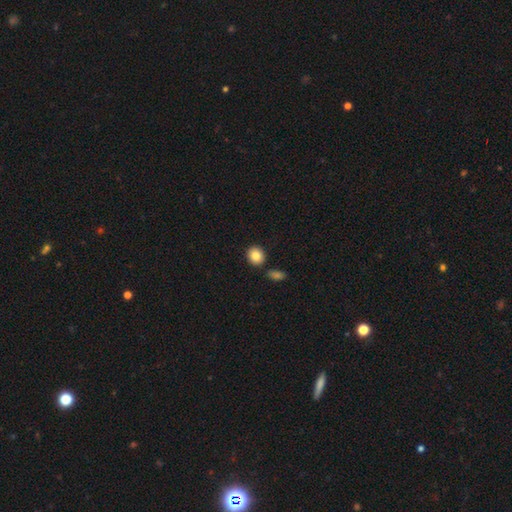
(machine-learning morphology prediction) Smooth or featured: smooth — 86% (star or artifact — 8%)
How rounded: round — 75% (in between — 24%)
Merging: none — 82% (minor disturbance — 9%)